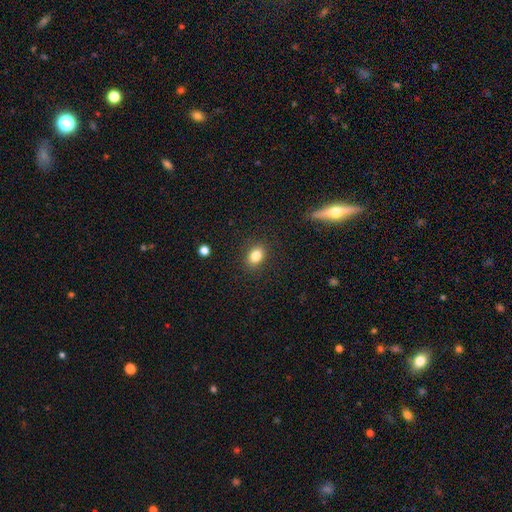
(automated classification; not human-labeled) smooth_or_featured: smooth (p=0.83) [alt: star or artifact p=0.10]
how_rounded: in between (p=0.68) [alt: round p=0.30]
merging: none (p=0.87) [alt: minor disturbance p=0.09]